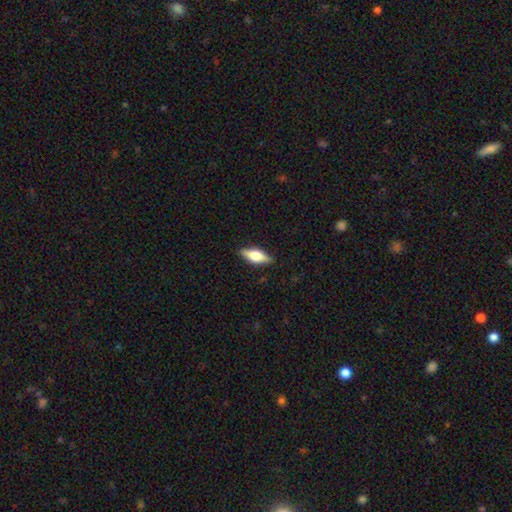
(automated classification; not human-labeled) The model was most divided on "smooth or featured": smooth: 52%, featured or disk: 42%, star or artifact: 7%. More confident: merging — none (88%); how rounded — in between (66%).